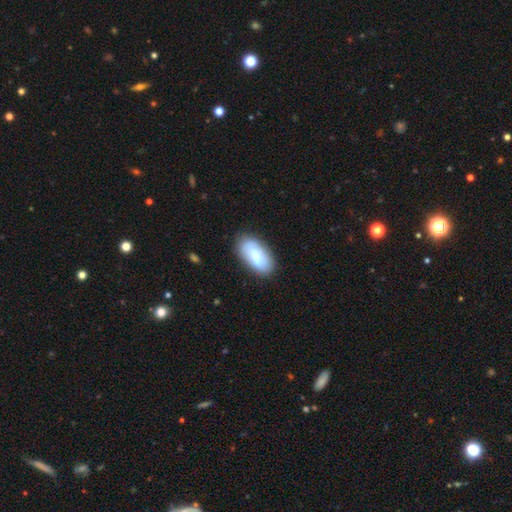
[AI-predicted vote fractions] Smooth or featured? Predicted: smooth (p=0.71). How rounded? Predicted: in between (p=0.92). Merging? Predicted: none (p=0.78).